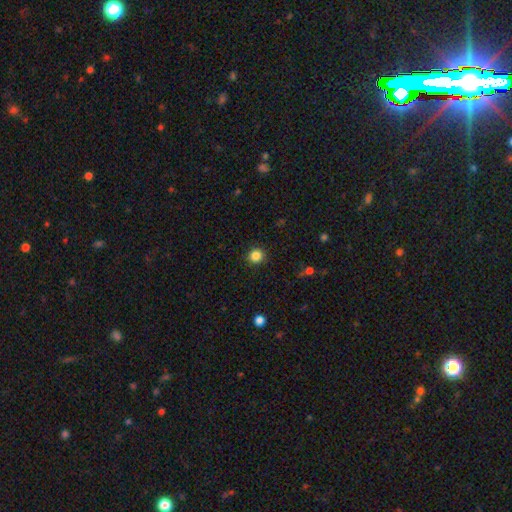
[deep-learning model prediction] smooth_or_featured: smooth (p=0.85) [alt: star or artifact p=0.12]
how_rounded: round (p=0.92) [alt: in between p=0.07]
merging: none (p=0.91) [alt: minor disturbance p=0.06]